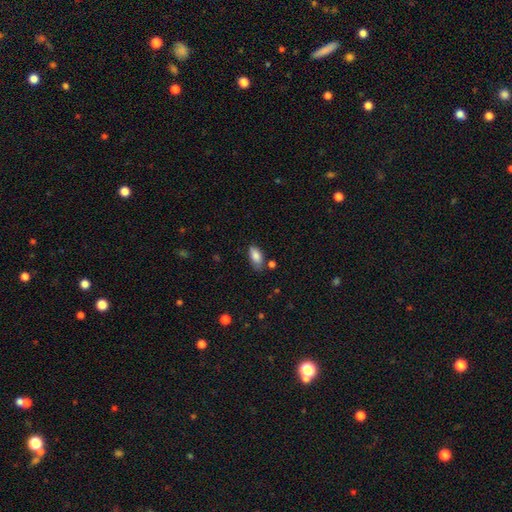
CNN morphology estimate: This is clearly a smooth galaxy (84%). How rounded: clearly in between (88%). Merging: likely none (66%).